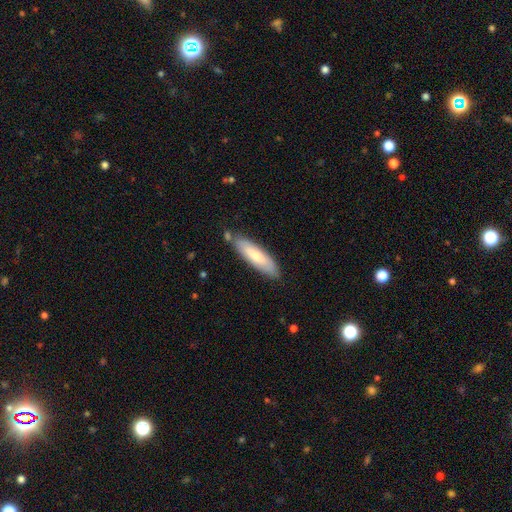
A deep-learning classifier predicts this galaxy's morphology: Smooth or featured?
  - smooth: 71% *
  - featured or disk: 24%
  - star or artifact: 5%
How rounded?
  - cigar-shaped: 62% *
  - in between: 37%
  - round: 1%
Merging?
  - none: 79% *
  - minor disturbance: 14%
  - merger: 5%
  - major disturbance: 3%